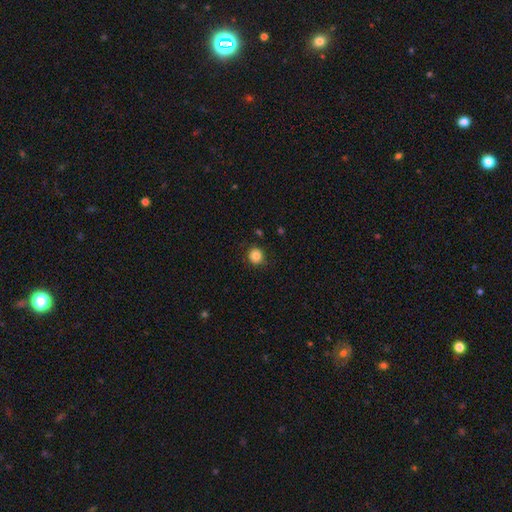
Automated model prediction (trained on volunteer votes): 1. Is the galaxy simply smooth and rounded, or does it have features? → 84% smooth, 11% star or artifact, 5% featured or disk.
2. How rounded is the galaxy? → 89% round, 10% in between, 1% cigar-shaped.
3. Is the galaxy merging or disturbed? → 87% none, 10% minor disturbance, 3% major disturbance, 1% merger.